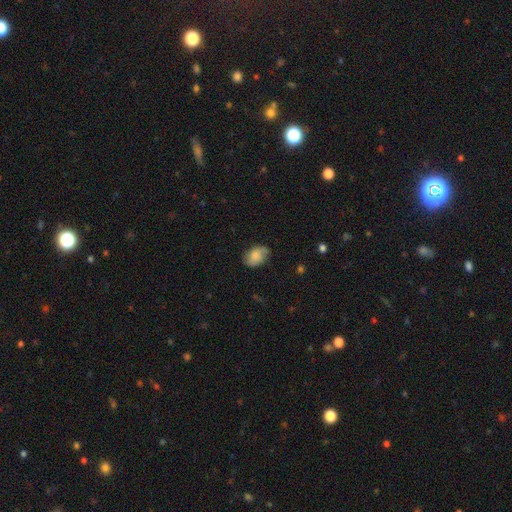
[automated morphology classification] Smooth or featured? smooth (74%)
How rounded? in between (83%)
Merging? none (73%)